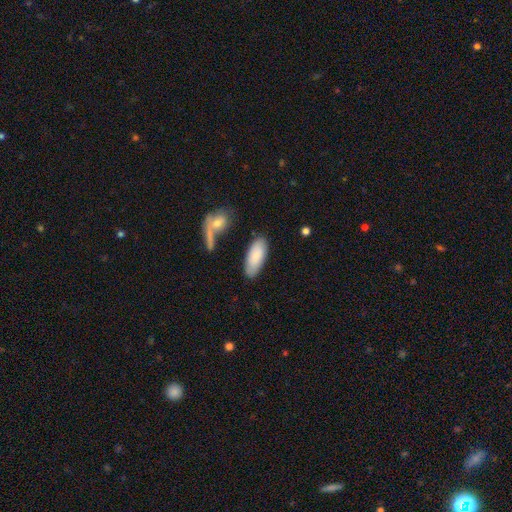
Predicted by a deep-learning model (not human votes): Overall: smooth (85%). How rounded: in between (84%). Merging: none (78%).